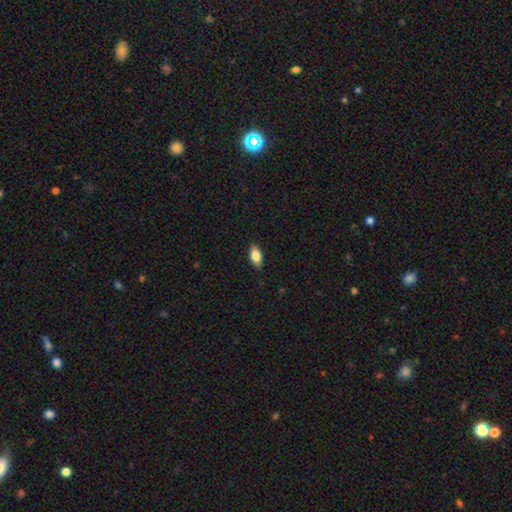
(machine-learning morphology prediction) A smooth galaxy with no disk features (84%) that is in between round and cigar-shaped (91%).

Vote fractions:
- Smooth or featured? smooth: 84% / featured or disk: 9% / star or artifact: 7%
- How rounded? in between: 91% / cigar-shaped: 5% / round: 4%
- Merging? none: 87% / minor disturbance: 10% / major disturbance: 2% / merger: 1%